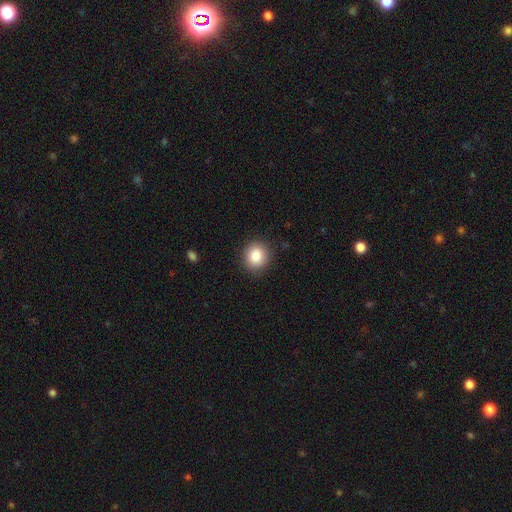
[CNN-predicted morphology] Smooth or featured? Predicted: smooth (p=0.86). How rounded? Predicted: round (p=0.84). Merging? Predicted: none (p=0.89).